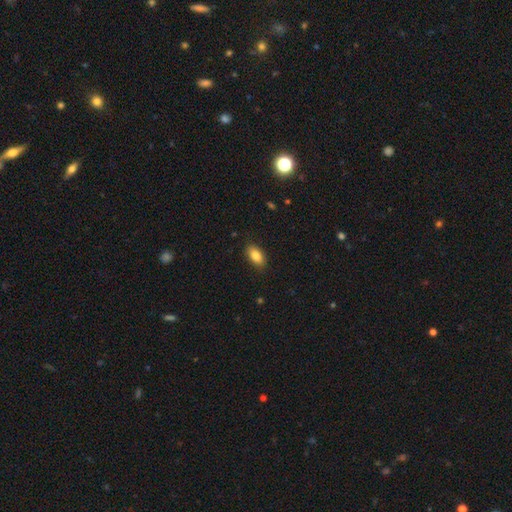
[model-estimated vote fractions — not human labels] smooth-or-featured: smooth: 85% | star or artifact: 8% | featured or disk: 7%
  how-rounded: in between: 91% | round: 5% | cigar-shaped: 4%
  merging: none: 87% | minor disturbance: 10% | major disturbance: 2% | merger: 1%